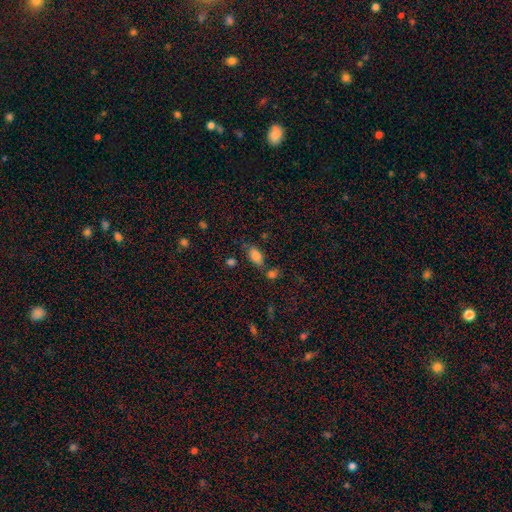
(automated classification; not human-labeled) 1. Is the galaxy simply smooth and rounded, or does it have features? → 81% smooth, 10% star or artifact, 9% featured or disk.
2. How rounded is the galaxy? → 90% in between, 5% cigar-shaped, 5% round.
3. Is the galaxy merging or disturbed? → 62% none, 18% minor disturbance, 14% merger, 5% major disturbance.